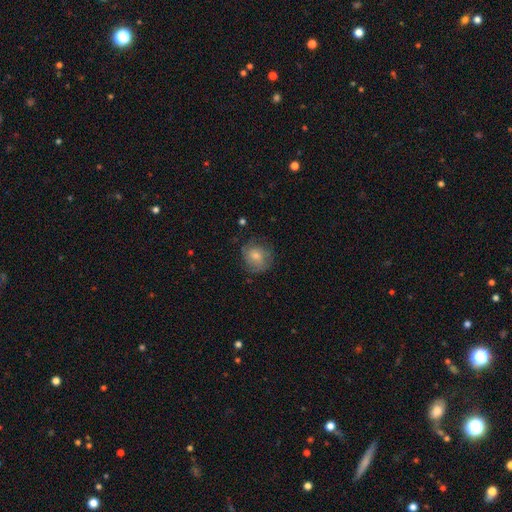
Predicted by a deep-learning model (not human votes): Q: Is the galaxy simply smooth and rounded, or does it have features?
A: smooth — 48%.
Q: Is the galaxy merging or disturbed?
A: none — 72%.